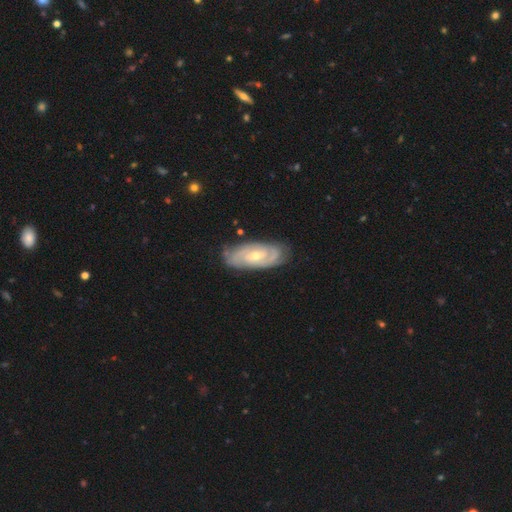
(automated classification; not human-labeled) Overall: featured or disk (81%). Edge-on disk: no (92%). Bar: no (57%; weak 35%). Spiral arms: yes (93%). Spiral arm count: 2 (51%; can't tell 27%). Spiral winding: tight (64%; medium 29%). Bulge size: small (50%; moderate 47%). Merging: none (79%).